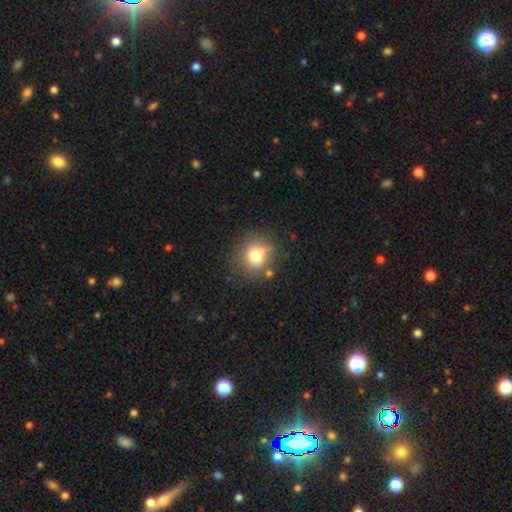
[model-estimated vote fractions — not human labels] The model was most divided on "merging": none: 71%, minor disturbance: 16%, merger: 7%, major disturbance: 6%. More confident: how rounded — round (85%); smooth or featured — smooth (76%).